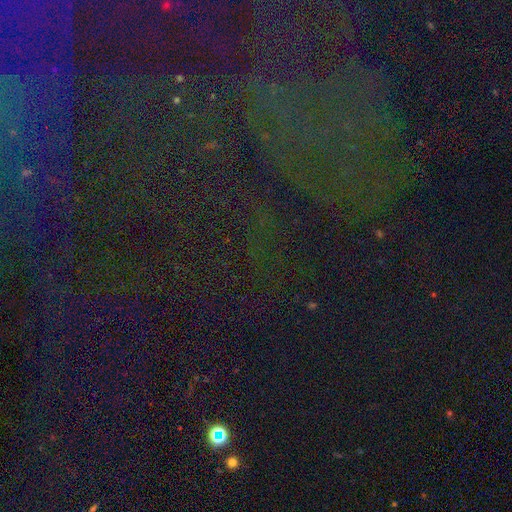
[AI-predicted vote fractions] The model was most divided on "smooth or featured": star or artifact: 82%, smooth: 10%, featured or disk: 9%.